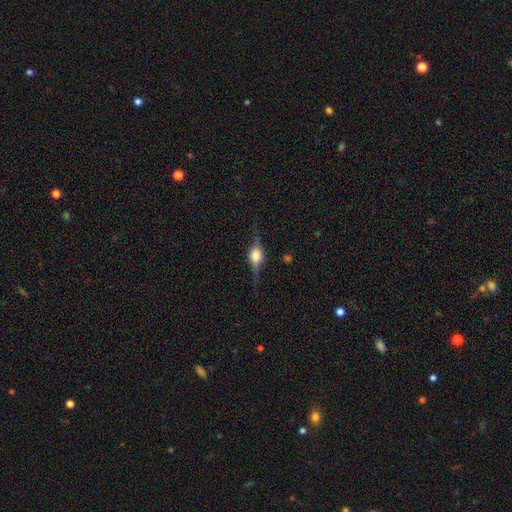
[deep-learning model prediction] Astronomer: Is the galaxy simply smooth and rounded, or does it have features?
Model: featured or disk — 73%.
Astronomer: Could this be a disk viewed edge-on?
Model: yes — 95%.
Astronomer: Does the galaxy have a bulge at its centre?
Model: rounded — 91%.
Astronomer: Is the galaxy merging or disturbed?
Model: none — 78%.